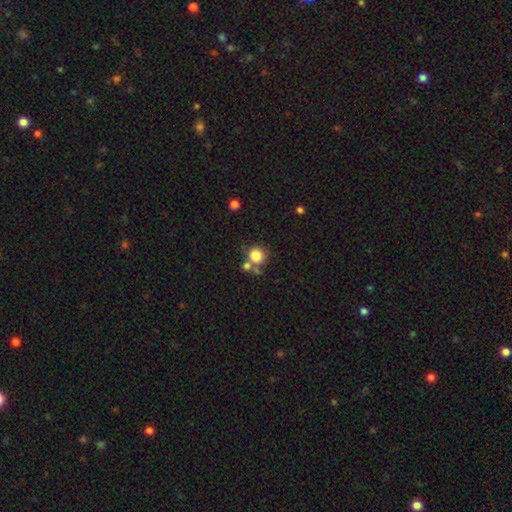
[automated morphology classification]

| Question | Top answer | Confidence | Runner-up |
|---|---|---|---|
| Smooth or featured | smooth | 81% | star or artifact (11%) |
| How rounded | round | 89% | in between (10%) |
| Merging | none | 55% | merger (29%) |